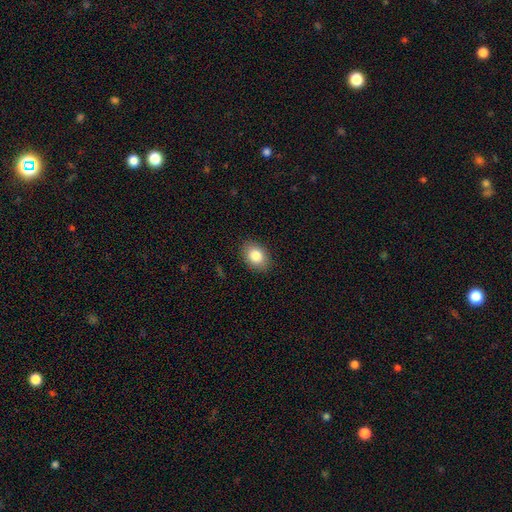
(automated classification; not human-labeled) This appears to be a smooth galaxy with no disk features (83%) that is in between round and cigar-shaped (74%). Merging: none (88%).